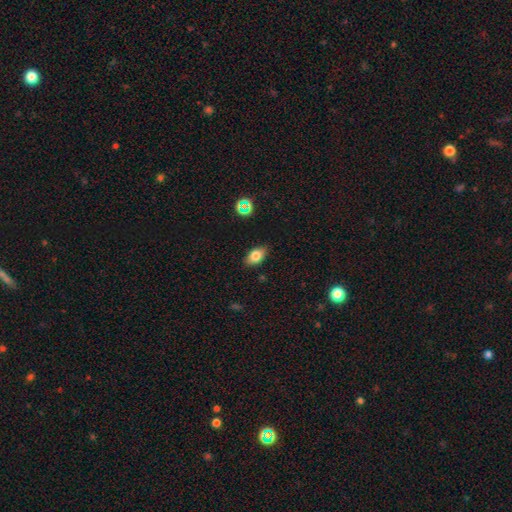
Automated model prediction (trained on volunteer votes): Smooth or featured? smooth (79%)
How rounded? in between (88%)
Merging? none (85%)